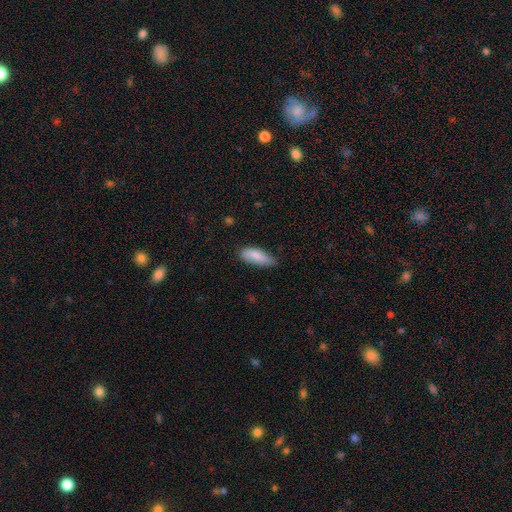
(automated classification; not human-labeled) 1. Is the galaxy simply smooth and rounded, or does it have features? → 84% smooth, 10% featured or disk, 6% star or artifact.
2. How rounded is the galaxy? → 73% in between, 25% cigar-shaped, 2% round.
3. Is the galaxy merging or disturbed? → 60% none, 33% minor disturbance, 5% major disturbance, 2% merger.